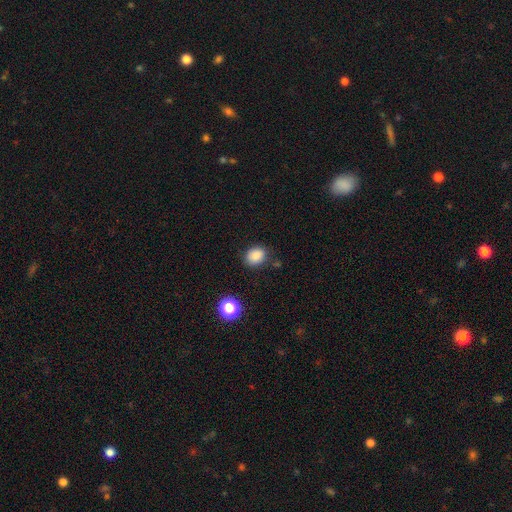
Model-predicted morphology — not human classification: smooth 84%, star or artifact 11%, featured or disk 5%. Down the decision tree: how rounded — round (53%); merging — none (80%).